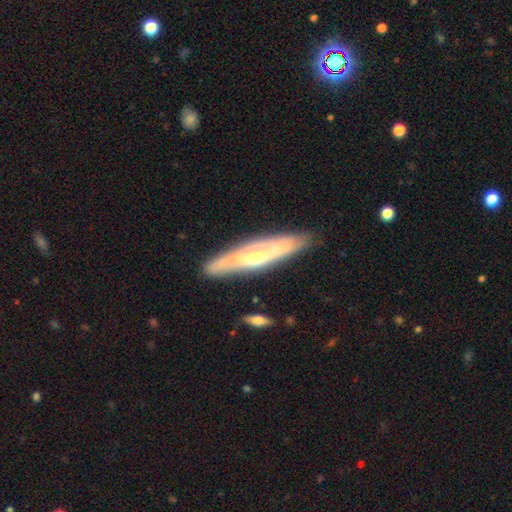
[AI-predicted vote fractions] Smooth or featured?
  - featured or disk: 61% *
  - smooth: 34%
  - star or artifact: 5%
Edge-on disk?
  - yes: 55% *
  - no: 45%
Merging?
  - none: 85% *
  - minor disturbance: 11%
  - major disturbance: 2%
  - merger: 2%